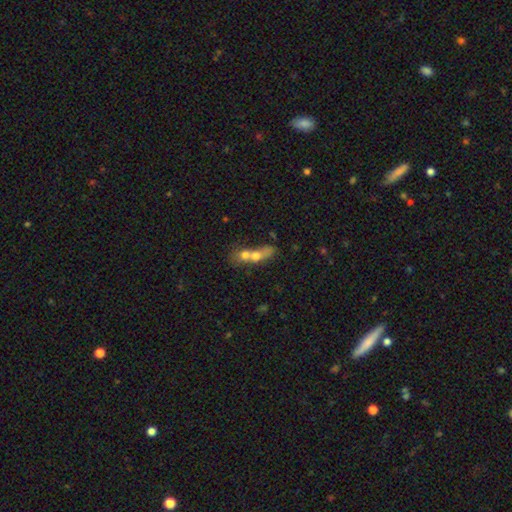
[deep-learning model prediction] This appears to be a smooth galaxy with no disk features (60%) that is in between round and cigar-shaped (45%). Merging: merger (75%).